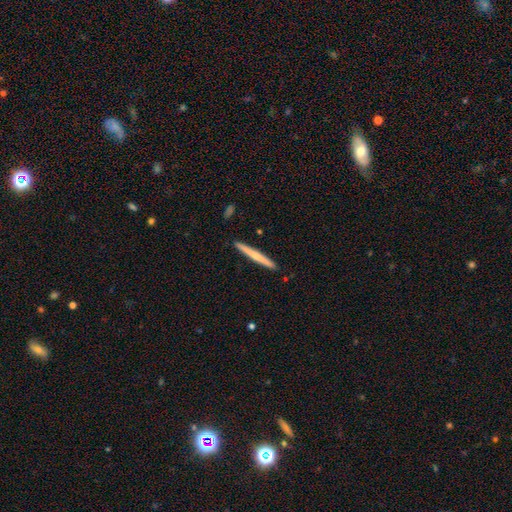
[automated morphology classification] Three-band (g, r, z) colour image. It shows a smooth galaxy with no disk features (50%) that is cigar-shaped (97%). Merging: none (92%).